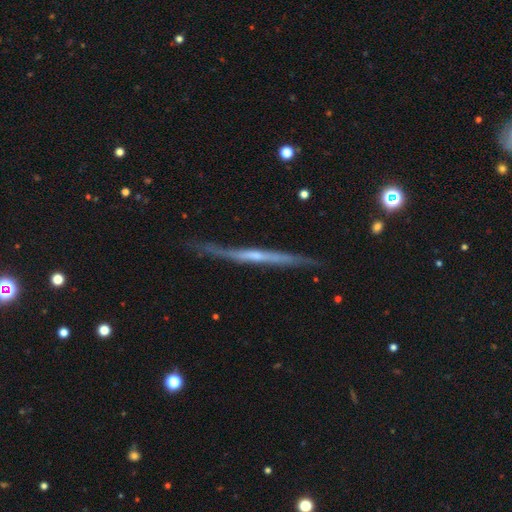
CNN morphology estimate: This appears to be a featured or disk galaxy (75%) viewed edge-on (96%) with no central bulge (64%). Merging: none (80%).